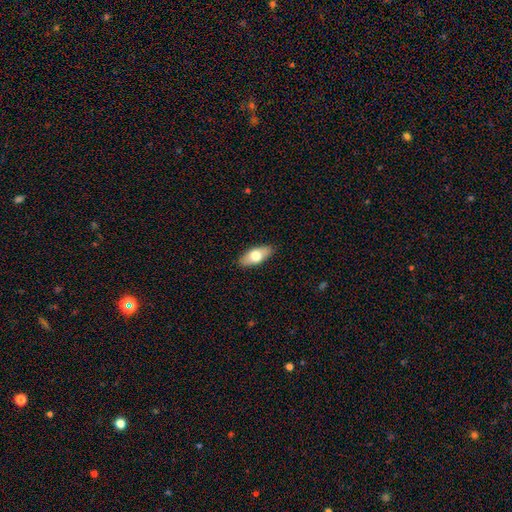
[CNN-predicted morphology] The model was most divided on "smooth or featured": smooth: 69%, featured or disk: 25%, star or artifact: 6%. More confident: merging — none (89%); how rounded — in between (84%).